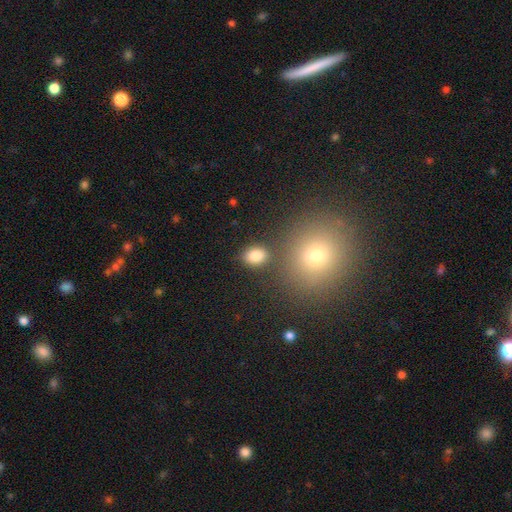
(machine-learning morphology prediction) A smooth galaxy with no disk features (84%) that is in between round and cigar-shaped (63%). Merging: none (77%).